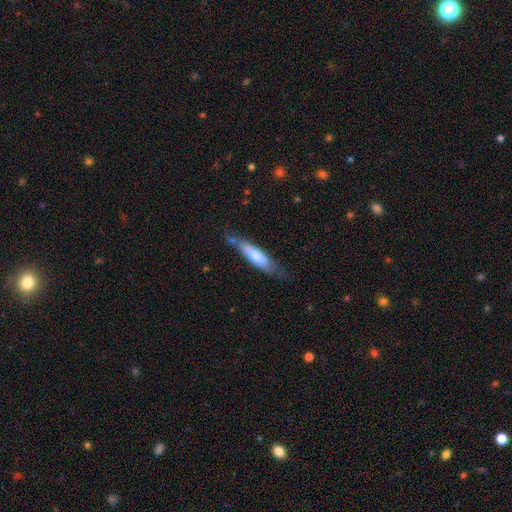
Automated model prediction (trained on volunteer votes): Morphology: type=smooth (67%); roundness=cigar-shaped (73%); merging=none (63%).